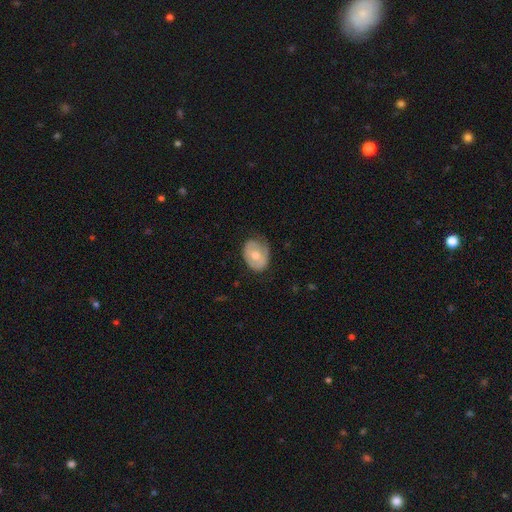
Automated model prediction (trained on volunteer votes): Smooth or featured? Predicted: smooth (p=0.51). How rounded? Predicted: in between (p=0.64). Merging? Predicted: none (p=0.61).